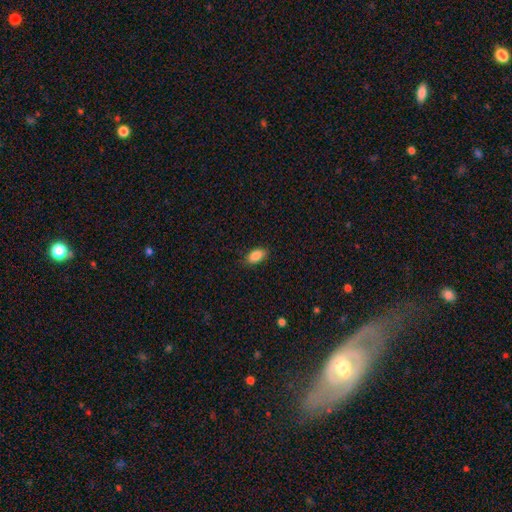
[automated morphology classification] The model was most divided on "merging": none: 84%, minor disturbance: 12%, major disturbance: 3%, merger: 1%. More confident: how rounded — in between (91%); smooth or featured — smooth (88%).